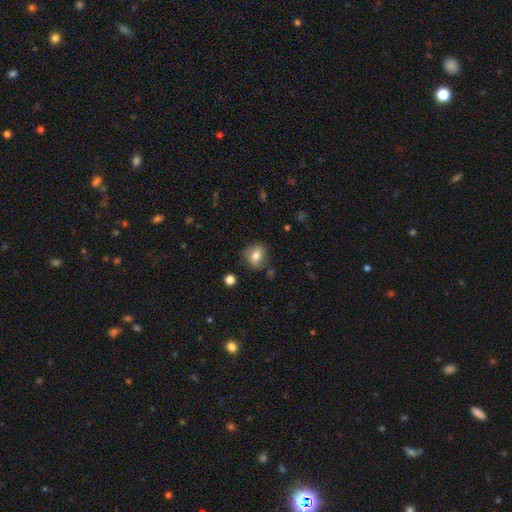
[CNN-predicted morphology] A smooth galaxy with no disk features (79%) that is round (61%).

Vote fractions:
- Smooth or featured? smooth: 79% / featured or disk: 11% / star or artifact: 10%
- How rounded? round: 61% / in between: 38% / cigar-shaped: 1%
- Merging? none: 72% / minor disturbance: 20% / major disturbance: 5% / merger: 4%